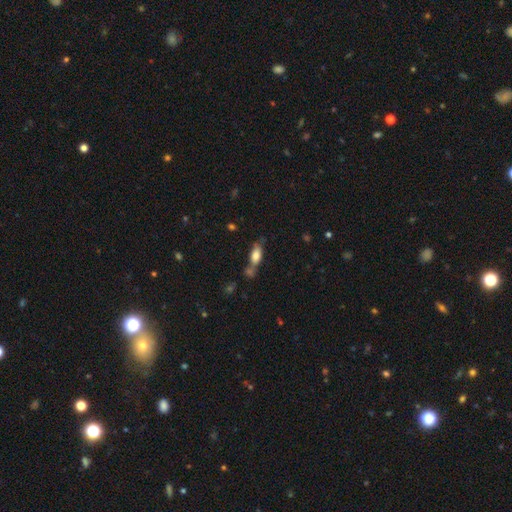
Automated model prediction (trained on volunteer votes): Smooth or featured?
  - smooth: 73% *
  - featured or disk: 19%
  - star or artifact: 8%
How rounded?
  - in between: 78% *
  - cigar-shaped: 19%
  - round: 4%
Merging?
  - none: 48% *
  - merger: 26%
  - minor disturbance: 18%
  - major disturbance: 7%